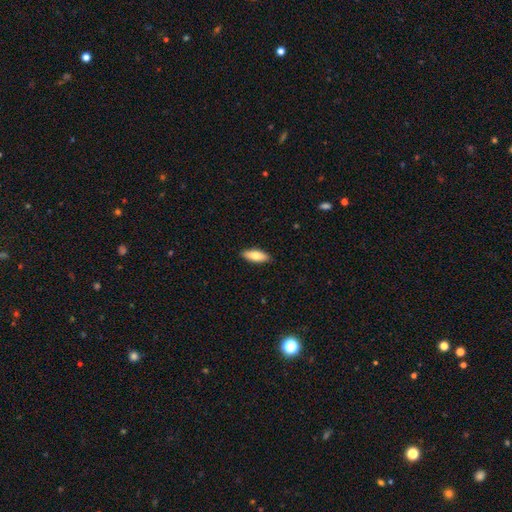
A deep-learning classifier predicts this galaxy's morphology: smooth 77%, featured or disk 17%, star or artifact 6%. Down the decision tree: how rounded — in between (71%); merging — none (90%).